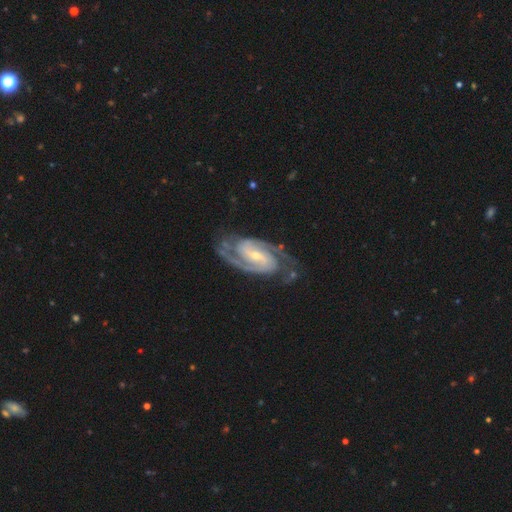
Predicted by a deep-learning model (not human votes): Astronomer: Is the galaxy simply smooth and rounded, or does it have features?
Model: featured or disk — 93%.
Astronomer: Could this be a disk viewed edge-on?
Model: no — 97%.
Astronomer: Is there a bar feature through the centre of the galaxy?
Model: weak — 41% (runner-up: strong, 34%).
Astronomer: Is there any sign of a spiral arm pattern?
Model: yes — 99%.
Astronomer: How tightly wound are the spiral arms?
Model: medium — 47% (runner-up: tight, 45%).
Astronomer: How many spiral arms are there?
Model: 2 — 88%.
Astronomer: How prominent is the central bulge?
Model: small — 67%.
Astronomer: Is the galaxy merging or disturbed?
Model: none — 74%.